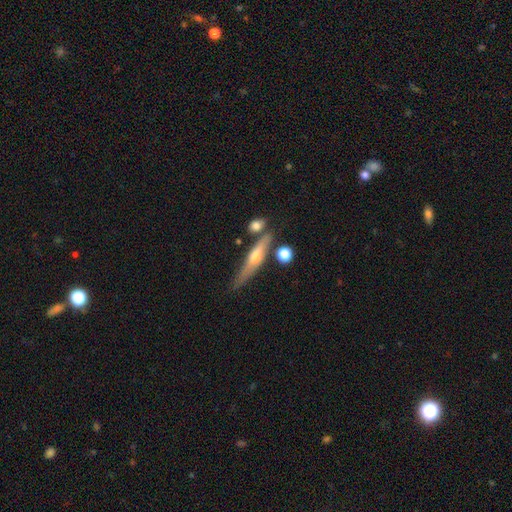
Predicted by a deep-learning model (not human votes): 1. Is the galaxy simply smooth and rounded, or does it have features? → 62% featured or disk, 30% smooth, 8% star or artifact.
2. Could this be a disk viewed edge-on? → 92% yes, 8% no.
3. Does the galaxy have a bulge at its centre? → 84% rounded, 11% none, 5% boxy.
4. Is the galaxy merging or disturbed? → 70% none, 15% minor disturbance, 11% merger, 4% major disturbance.